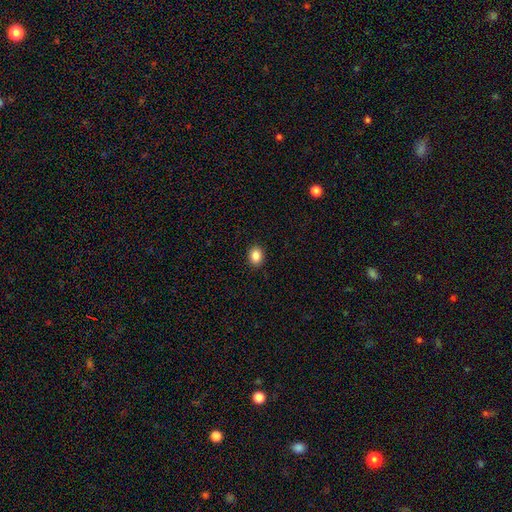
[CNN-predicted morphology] smooth_or_featured: smooth (p=0.87) [alt: star or artifact p=0.09]
how_rounded: in between (p=0.51) [alt: round p=0.48]
merging: none (p=0.91) [alt: minor disturbance p=0.06]